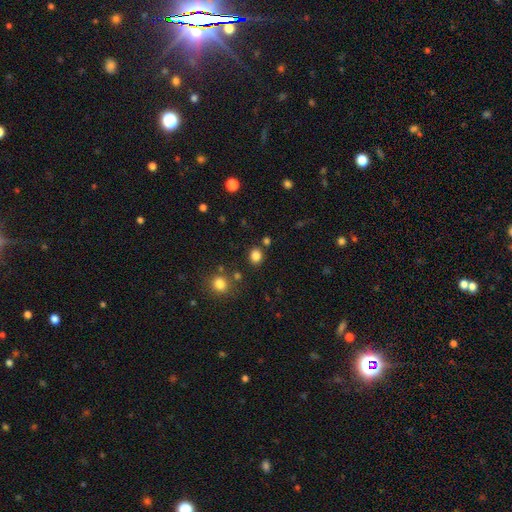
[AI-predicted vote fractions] This is clearly a smooth galaxy (83%). How rounded: likely round (70%). Merging: clearly none (83%).